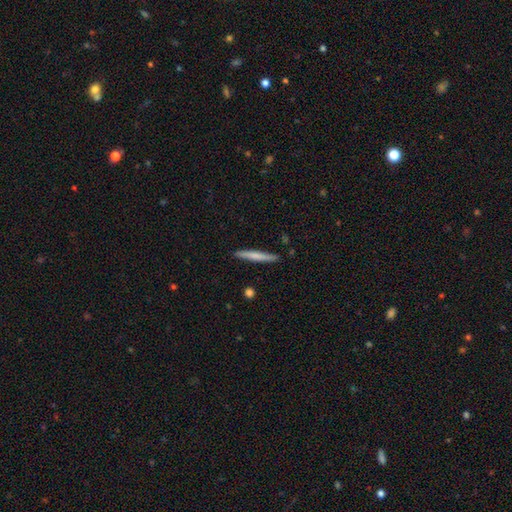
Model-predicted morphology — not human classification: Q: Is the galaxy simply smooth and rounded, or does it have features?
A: smooth — 64%.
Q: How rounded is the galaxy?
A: cigar-shaped — 96%.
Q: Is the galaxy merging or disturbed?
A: none — 89%.